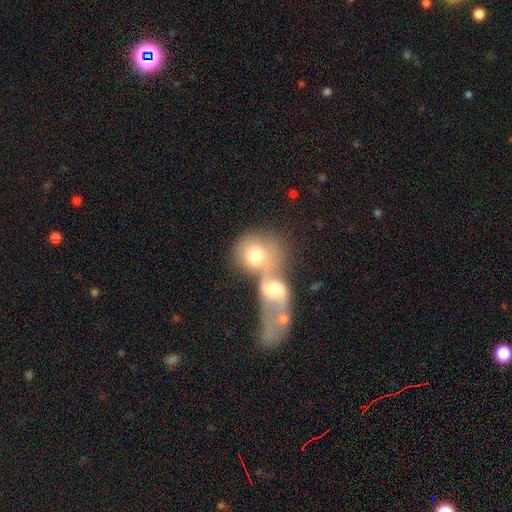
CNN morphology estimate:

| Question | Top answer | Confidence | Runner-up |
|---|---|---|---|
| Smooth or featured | smooth | 66% | featured or disk (26%) |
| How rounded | round | 66% | in between (32%) |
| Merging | merger | 68% | none (20%) |